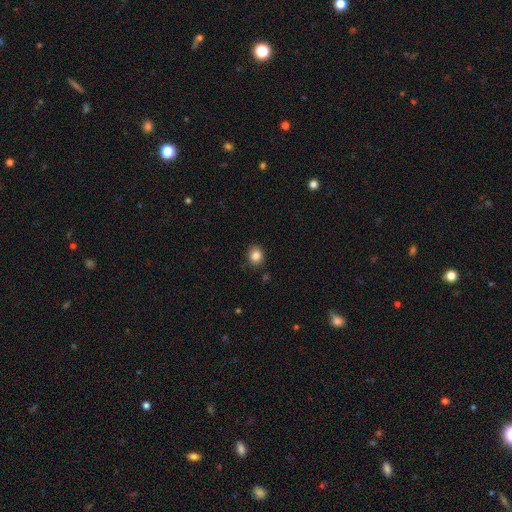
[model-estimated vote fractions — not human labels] Smooth or featured?
  - smooth: 84% *
  - star or artifact: 10%
  - featured or disk: 5%
How rounded?
  - round: 74% *
  - in between: 25%
  - cigar-shaped: 1%
Merging?
  - none: 86% *
  - minor disturbance: 10%
  - major disturbance: 2%
  - merger: 2%